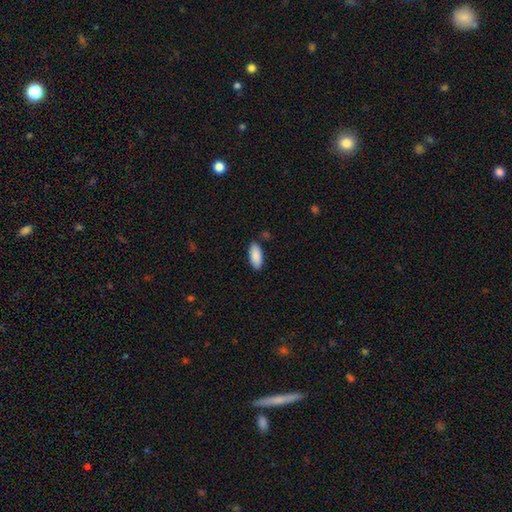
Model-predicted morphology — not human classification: A smooth galaxy with no disk features (90%) that is in between round and cigar-shaped (86%). Merging: none (85%).